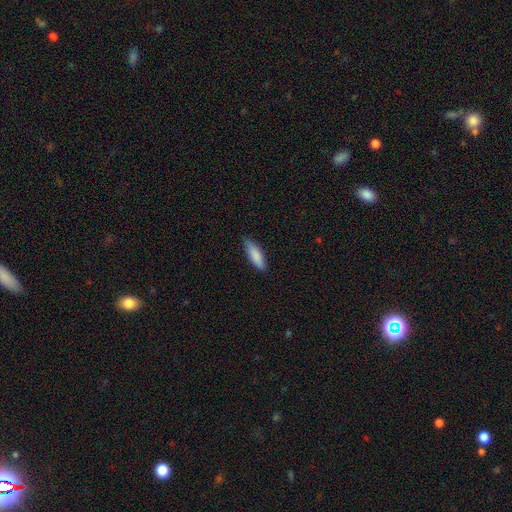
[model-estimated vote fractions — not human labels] This is clearly a smooth galaxy (85%). How rounded: possibly cigar-shaped (51%). Merging: clearly none (81%).